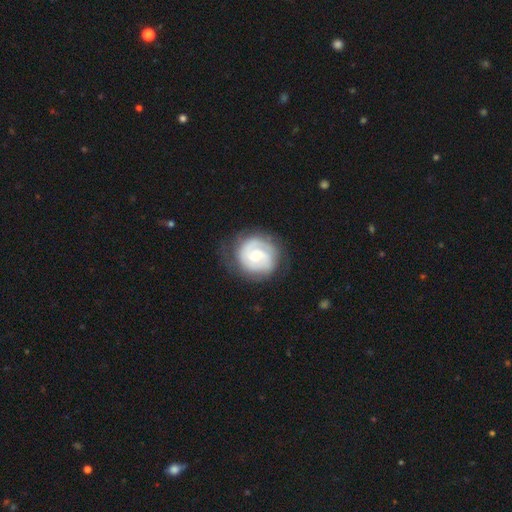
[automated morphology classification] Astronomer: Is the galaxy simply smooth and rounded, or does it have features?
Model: featured or disk — 76%.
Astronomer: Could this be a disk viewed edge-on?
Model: no — 98%.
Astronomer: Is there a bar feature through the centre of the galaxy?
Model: no — 54% (runner-up: weak, 39%).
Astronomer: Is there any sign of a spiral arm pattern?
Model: yes — 94%.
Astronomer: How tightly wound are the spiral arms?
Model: tight — 60%.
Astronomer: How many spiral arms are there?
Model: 2 — 55%.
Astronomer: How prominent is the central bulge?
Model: moderate — 47% (runner-up: small, 44%).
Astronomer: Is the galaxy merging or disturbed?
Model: none — 74%.